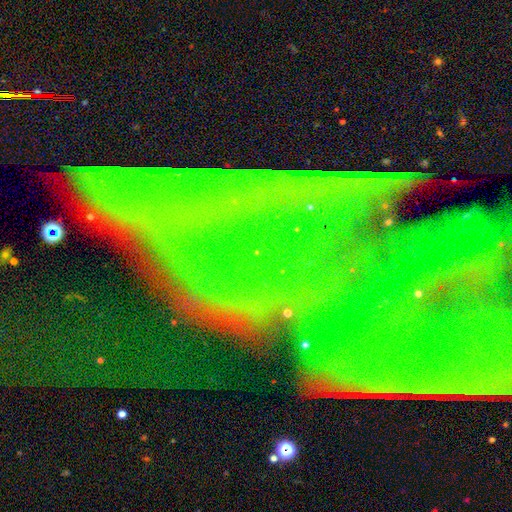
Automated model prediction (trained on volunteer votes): Smooth or featured? Predicted: star or artifact (p=0.73).